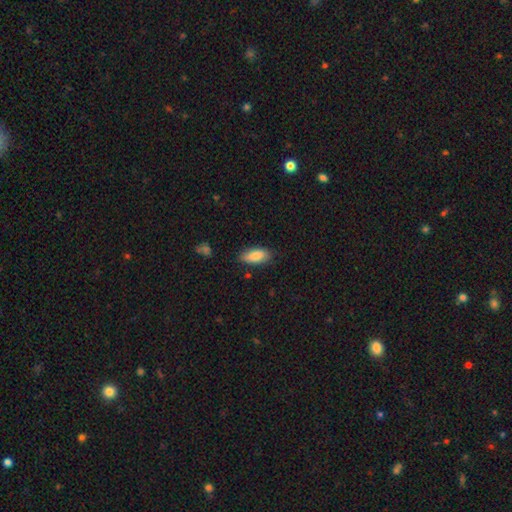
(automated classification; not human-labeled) This appears to be a smooth galaxy with no disk features (84%) that is in between round and cigar-shaped (85%). Merging: none (80%).